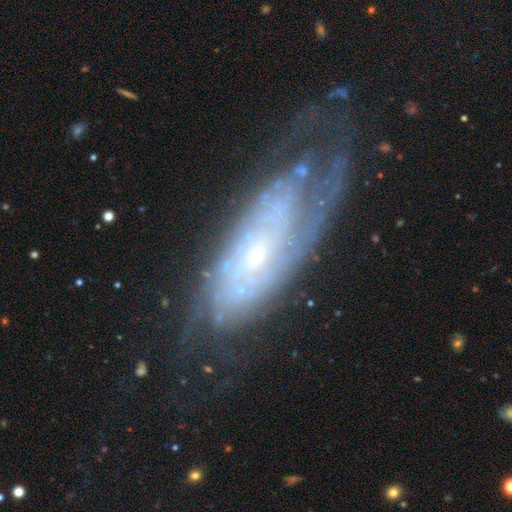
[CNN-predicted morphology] This is likely a featured or disk galaxy (79%). It is clearly not viewed edge-on (86%). Bar: likely no (73%). Spiral arm pattern: clearly yes (86%). Spiral arm count: possibly can't tell (57%). Spiral winding: likely tight (68%). Central bulge: likely small (78%). Merging: possibly none (56%).